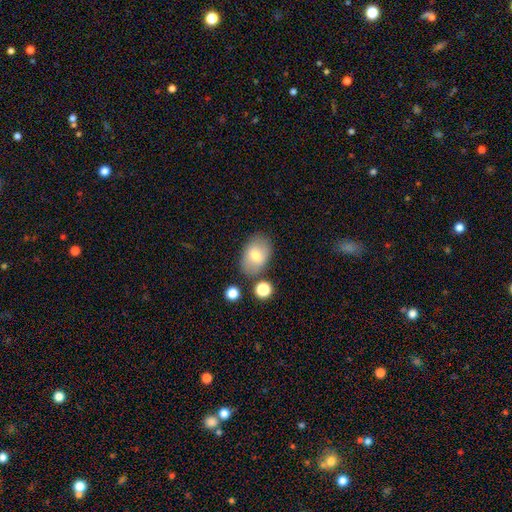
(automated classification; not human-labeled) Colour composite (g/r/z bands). It shows a smooth galaxy with no disk features (71%) that is in between round and cigar-shaped (84%). Merging: none (74%).